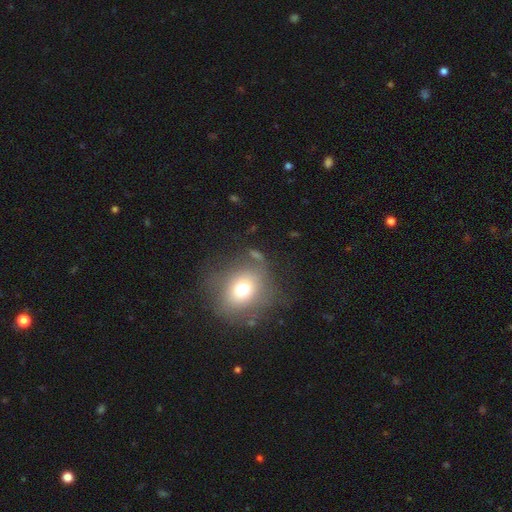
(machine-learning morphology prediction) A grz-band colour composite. It shows a smooth galaxy with no disk features (65%) that is round (69%). Merging: none (68%).